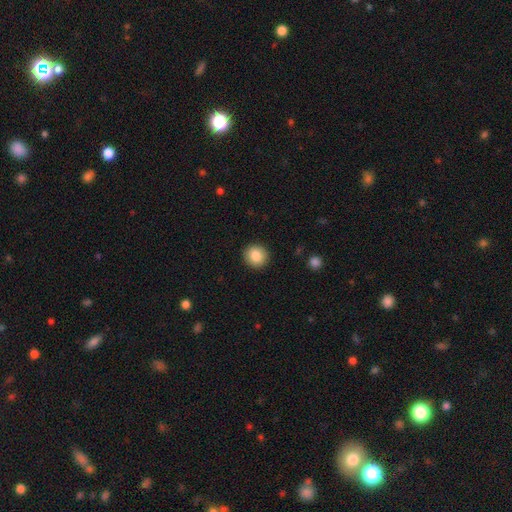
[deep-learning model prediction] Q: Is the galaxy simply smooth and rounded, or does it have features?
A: smooth — 85%.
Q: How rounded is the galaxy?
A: round — 91%.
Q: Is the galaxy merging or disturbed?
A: none — 92%.